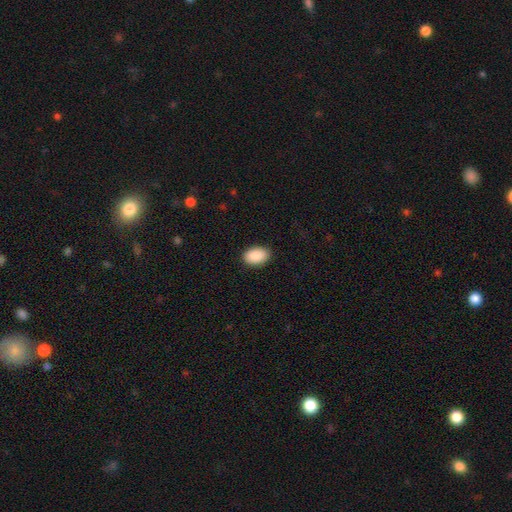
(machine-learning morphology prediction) This appears to be a smooth galaxy with no disk features (90%) that is in between round and cigar-shaped (90%). Merging: none (89%).